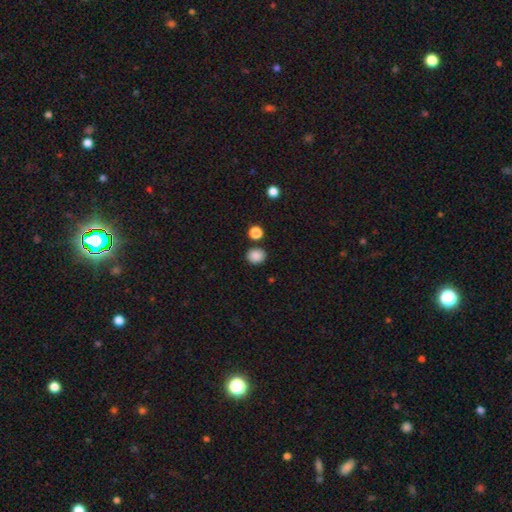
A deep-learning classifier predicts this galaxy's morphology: smooth 87%, star or artifact 10%, featured or disk 3%. Down the decision tree: how rounded — round (72%); merging — none (84%).